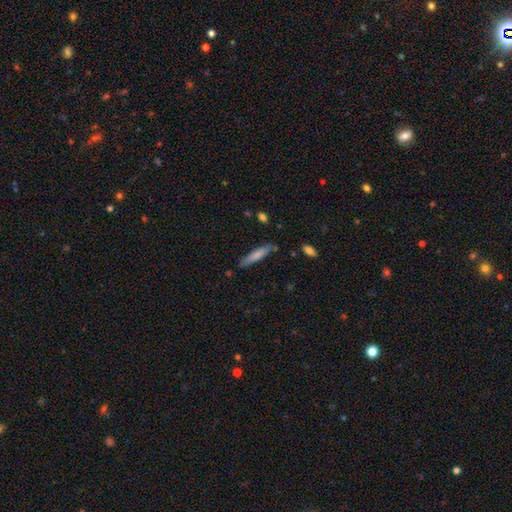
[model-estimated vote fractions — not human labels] smooth-or-featured: smooth: 66% | featured or disk: 27% | star or artifact: 6%
  how-rounded: cigar-shaped: 90% | in between: 8% | round: 1%
  merging: none: 83% | minor disturbance: 13% | merger: 2% | major disturbance: 2%